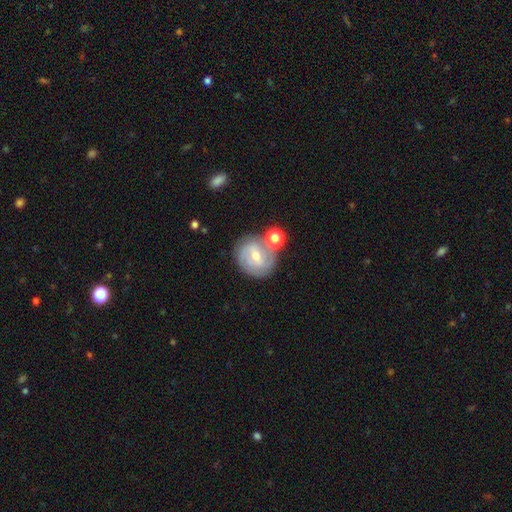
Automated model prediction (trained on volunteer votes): This is likely a featured or disk galaxy (68%). It is clearly not viewed edge-on (96%). Bar: possibly weak (52%). Spiral arm pattern: clearly yes (83%). Spiral arm count: possibly 2 (50%). Spiral winding: possibly tight (52%). Central bulge: possibly small (49%). Merging: possibly none (59%).